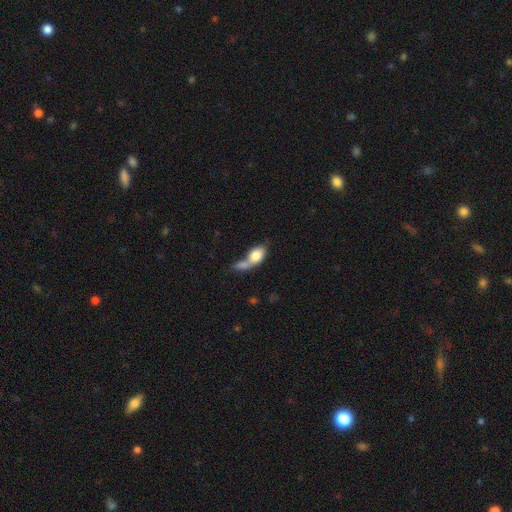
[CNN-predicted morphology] Overall: smooth (77%). How rounded: in between (80%). Merging: merger (62%).